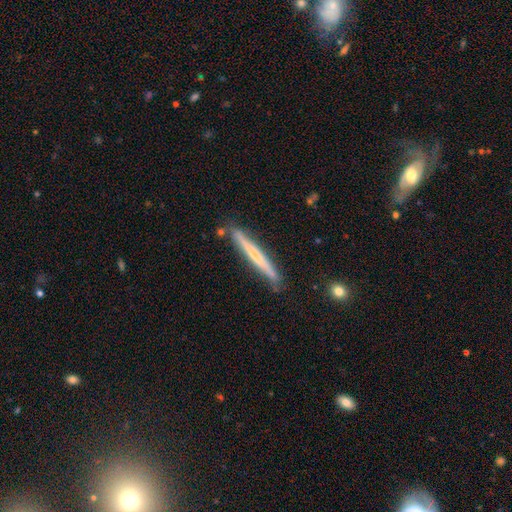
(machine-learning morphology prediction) Smooth or featured?
  - featured or disk: 55% *
  - smooth: 39%
  - star or artifact: 6%
Edge-on disk?
  - yes: 96% *
  - no: 4%
Edge-on bulge?
  - none: 56% *
  - rounded: 39%
  - boxy: 6%
Merging?
  - none: 84% *
  - minor disturbance: 12%
  - merger: 3%
  - major disturbance: 2%